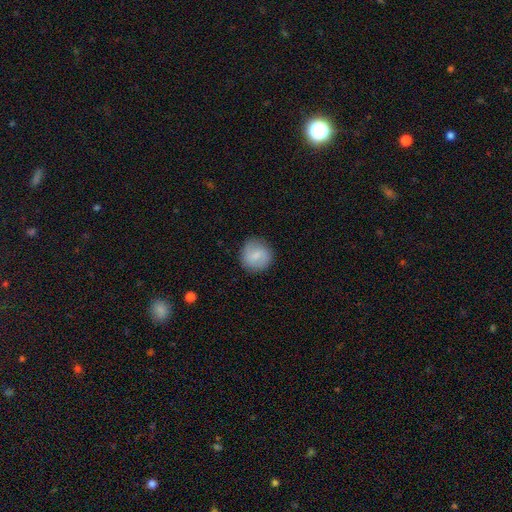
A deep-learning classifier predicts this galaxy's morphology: Smooth or featured? Predicted: smooth (p=0.71). How rounded? Predicted: round (p=0.90). Merging? Predicted: none (p=0.85).